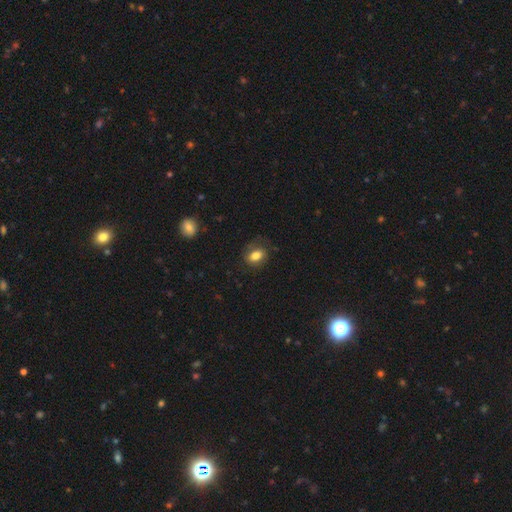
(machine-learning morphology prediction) This appears to be a smooth galaxy with no disk features (77%) that is in between round and cigar-shaped (67%). Merging: none (72%).